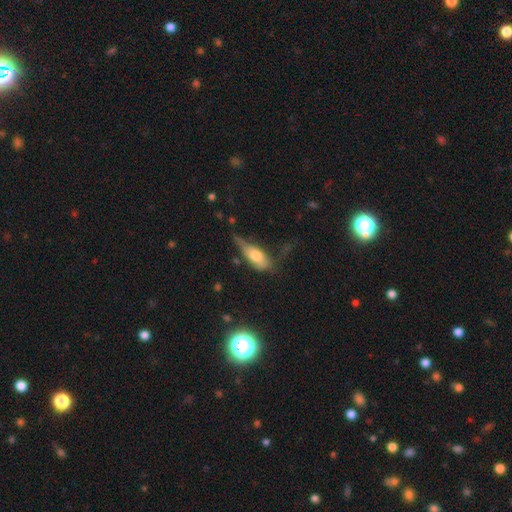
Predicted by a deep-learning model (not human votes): smooth 62%, featured or disk 30%, star or artifact 8%. Down the decision tree: how rounded — in between (75%); merging — minor disturbance (35%).